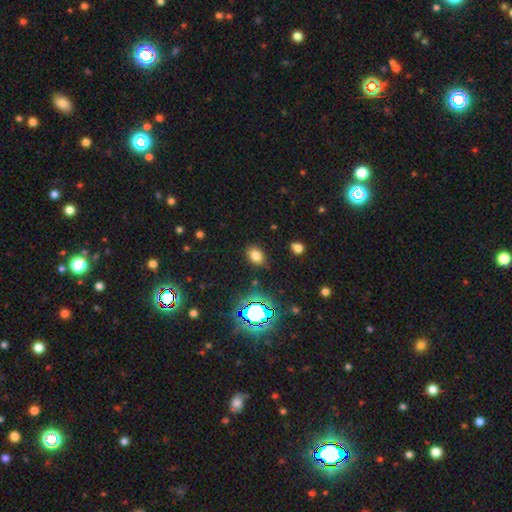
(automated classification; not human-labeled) This appears to be a smooth galaxy with no disk features (74%) that is in between round and cigar-shaped (73%). Merging: none (84%).